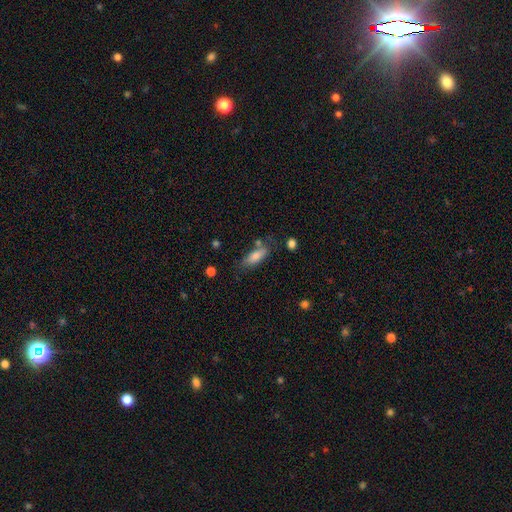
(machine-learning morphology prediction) Overall: smooth (77%). How rounded: in between (63%; cigar-shaped 34%). Merging: none (67%).